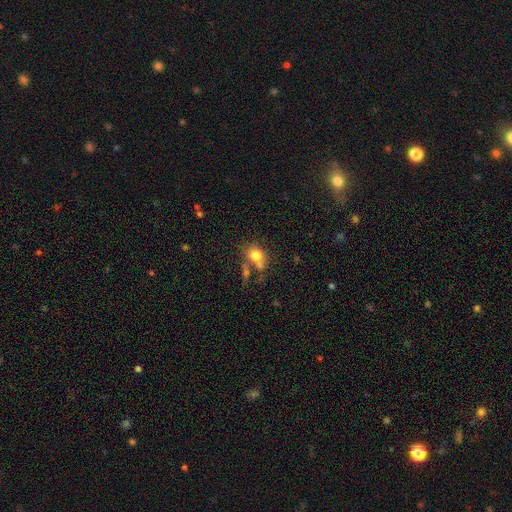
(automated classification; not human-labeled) smooth_or_featured: smooth (p=0.75) [alt: featured or disk p=0.15]
how_rounded: round (p=0.53) [alt: in between p=0.46]
merging: none (p=0.39) [alt: merger p=0.35]